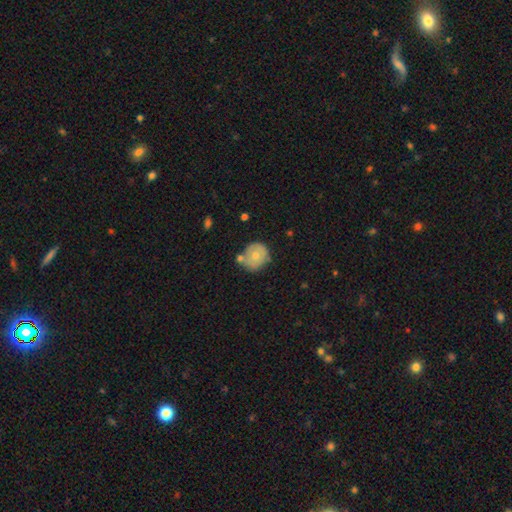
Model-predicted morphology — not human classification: smooth-or-featured: smooth: 60% | featured or disk: 33% | star or artifact: 7%
  how-rounded: round: 79% | in between: 20% | cigar-shaped: 1%
  merging: none: 53% | minor disturbance: 23% | merger: 17% | major disturbance: 6%